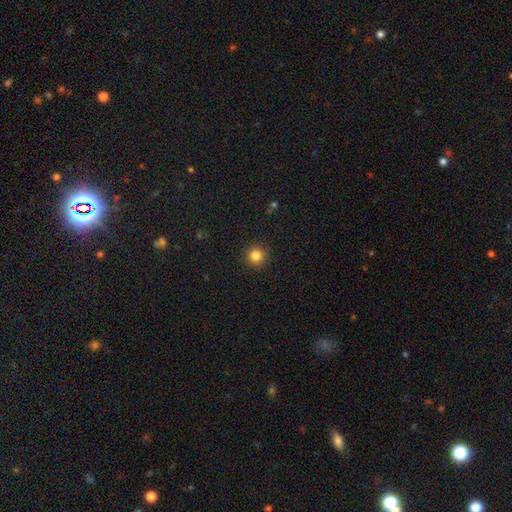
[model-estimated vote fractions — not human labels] Smooth or featured: smooth — 84% (star or artifact — 11%)
How rounded: round — 95% (in between — 4%)
Merging: none — 92% (minor disturbance — 5%)